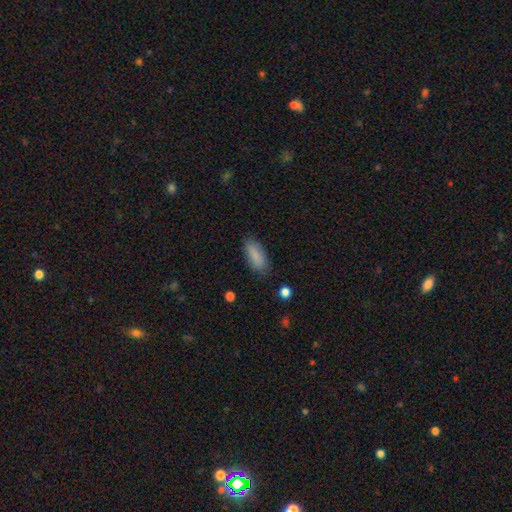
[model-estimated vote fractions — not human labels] A smooth galaxy with no disk features (87%) that is in between round and cigar-shaped (80%). Merging: none (82%).